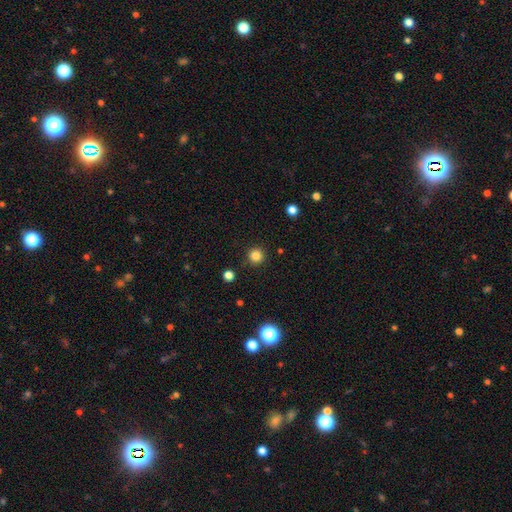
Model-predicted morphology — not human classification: Smooth or featured?
  - smooth: 83% *
  - star or artifact: 13%
  - featured or disk: 4%
How rounded?
  - round: 96% *
  - in between: 4%
  - cigar-shaped: 1%
Merging?
  - none: 91% *
  - minor disturbance: 6%
  - major disturbance: 2%
  - merger: 2%